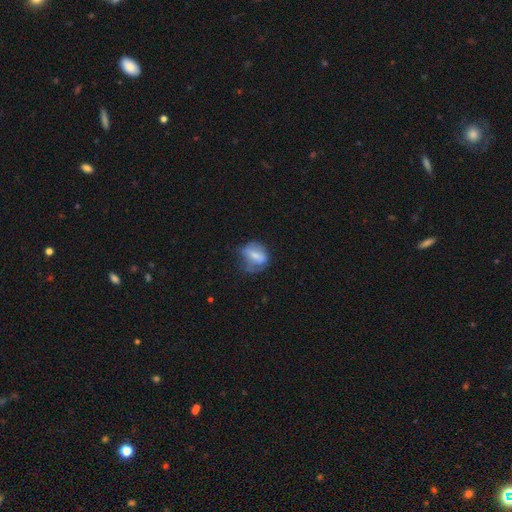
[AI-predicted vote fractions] A smooth galaxy with no disk features (54%) that is in between round and cigar-shaped (53%).

Vote fractions:
- Smooth or featured? smooth: 54% / featured or disk: 37% / star or artifact: 9%
- How rounded? in between: 53% / round: 43% / cigar-shaped: 5%
- Merging? none: 44% / minor disturbance: 32% / major disturbance: 22% / merger: 3%